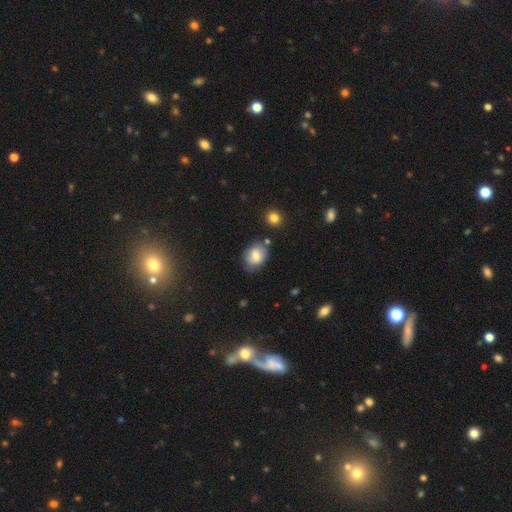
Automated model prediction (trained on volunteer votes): Morphology: type=smooth (74%); roundness=in between (58%); merging=none (69%).